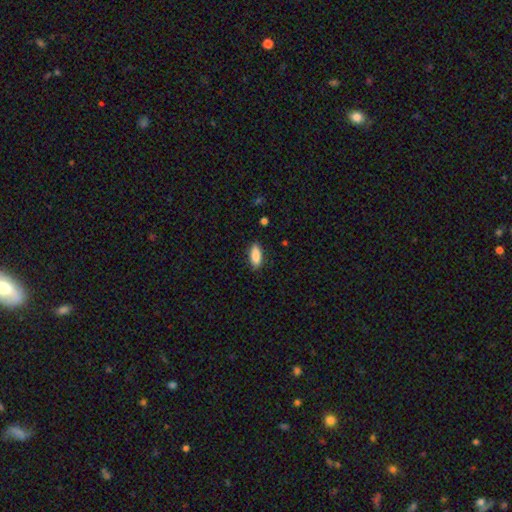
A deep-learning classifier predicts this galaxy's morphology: Q: Smooth or featured?
A: smooth (86%); runner-up: featured or disk (7%)
Q: How rounded?
A: in between (78%); runner-up: cigar-shaped (20%)
Q: Merging?
A: none (87%); runner-up: minor disturbance (10%)